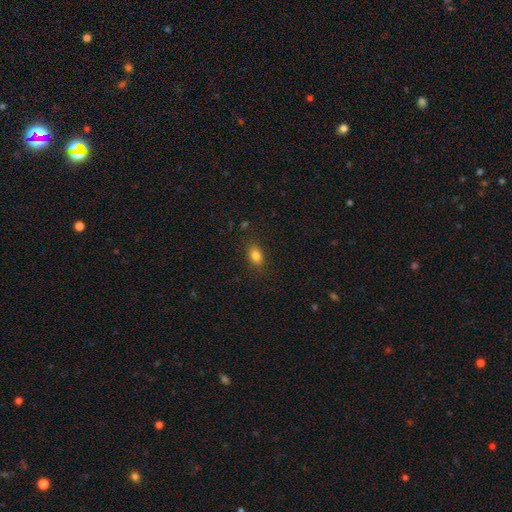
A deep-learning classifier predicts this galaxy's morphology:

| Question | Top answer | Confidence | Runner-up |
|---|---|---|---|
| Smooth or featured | smooth | 83% | star or artifact (10%) |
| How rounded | in between | 83% | round (14%) |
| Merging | none | 86% | minor disturbance (10%) |